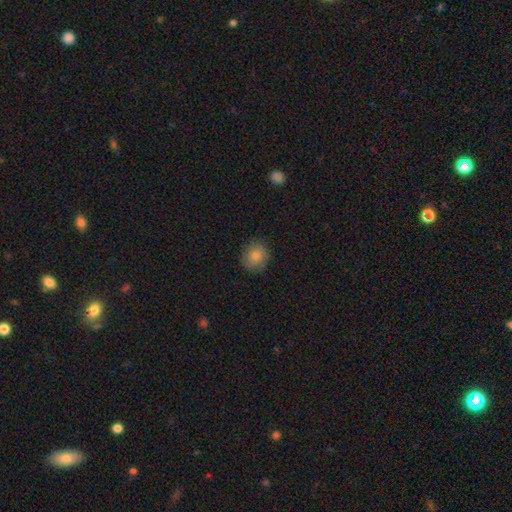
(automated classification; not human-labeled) smooth-or-featured: smooth: 84% | featured or disk: 8% | star or artifact: 8%
  how-rounded: round: 72% | in between: 27% | cigar-shaped: 1%
  merging: none: 82% | minor disturbance: 14% | major disturbance: 3% | merger: 1%